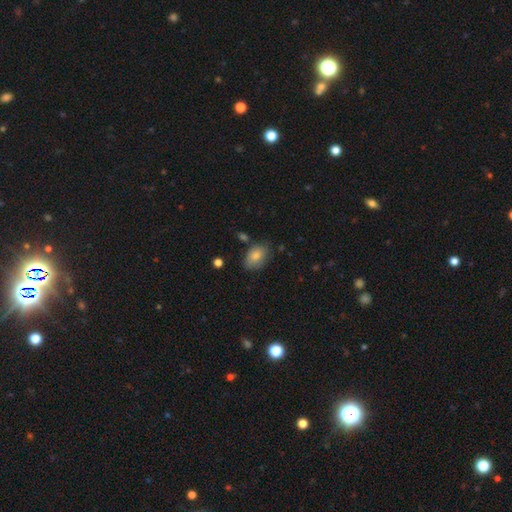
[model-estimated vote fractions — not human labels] Smooth or featured?
  - smooth: 82% *
  - featured or disk: 11%
  - star or artifact: 7%
How rounded?
  - in between: 85% *
  - round: 14%
  - cigar-shaped: 1%
Merging?
  - none: 67% *
  - minor disturbance: 23%
  - major disturbance: 5%
  - merger: 4%